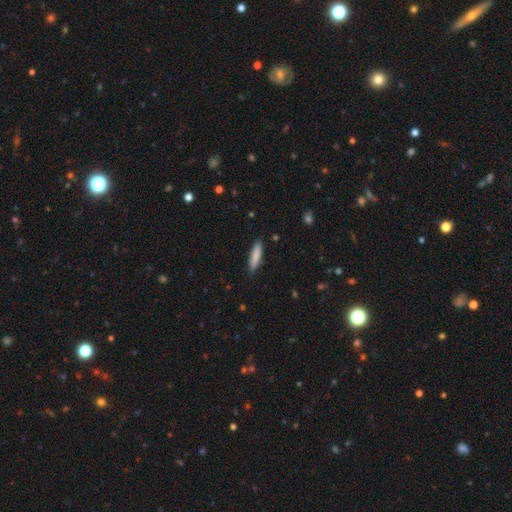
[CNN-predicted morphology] smooth_or_featured: smooth (p=0.83) [alt: featured or disk p=0.11]
how_rounded: cigar-shaped (p=0.79) [alt: in between p=0.19]
merging: none (p=0.86) [alt: minor disturbance p=0.11]